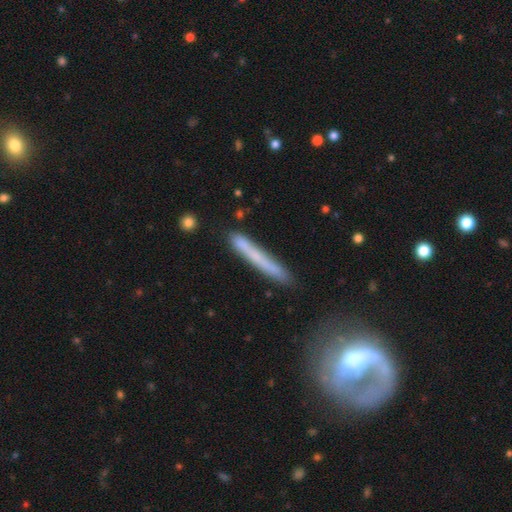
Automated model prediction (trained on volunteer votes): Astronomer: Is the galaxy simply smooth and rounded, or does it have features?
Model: smooth — 56% (runner-up: featured or disk, 36%).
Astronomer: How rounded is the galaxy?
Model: cigar-shaped — 96%.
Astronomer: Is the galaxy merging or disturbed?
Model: none — 81%.